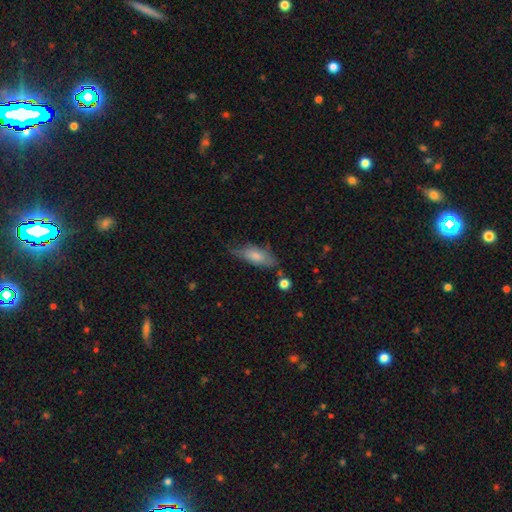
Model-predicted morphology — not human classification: Smooth or featured? smooth (68%)
How rounded? in between (74%)
Merging? none (52%)